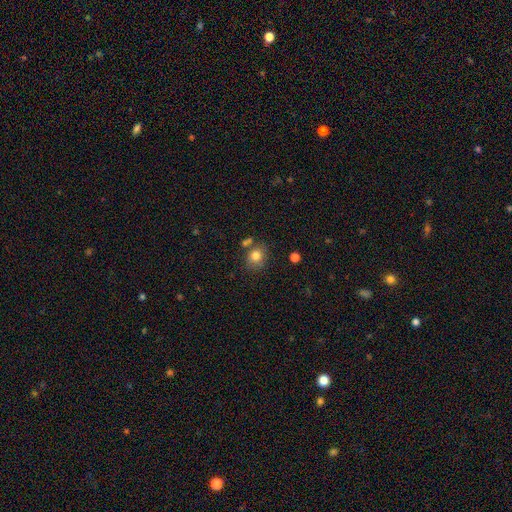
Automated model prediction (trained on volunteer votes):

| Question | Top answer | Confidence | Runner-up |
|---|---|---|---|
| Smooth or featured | smooth | 78% | featured or disk (11%) |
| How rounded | round | 56% | in between (43%) |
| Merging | none | 66% | minor disturbance (17%) |